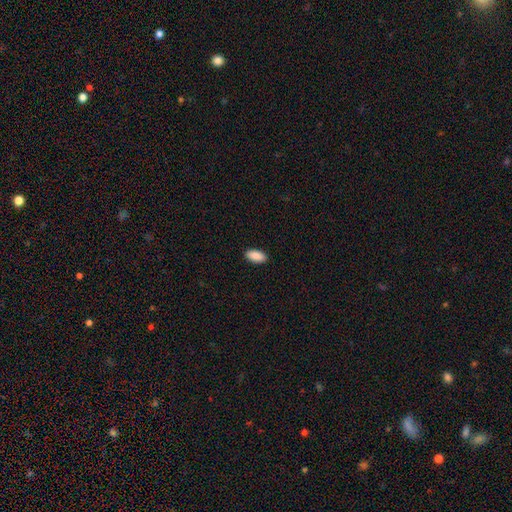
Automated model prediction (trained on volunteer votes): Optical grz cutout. It shows a smooth galaxy with no disk features (91%) that is in between round and cigar-shaped (92%). Merging: none (91%).